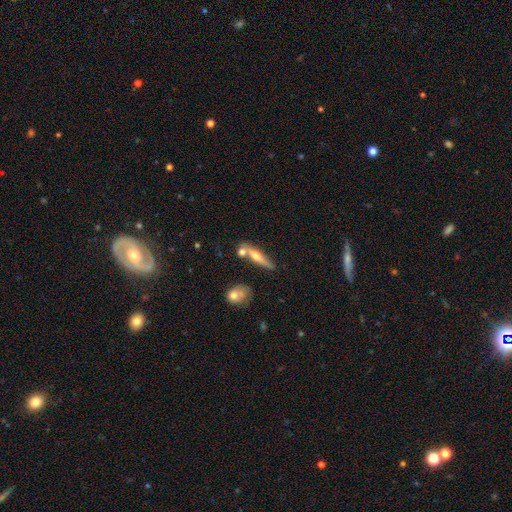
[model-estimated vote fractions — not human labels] Q: Smooth or featured?
A: featured or disk (49%); runner-up: smooth (44%)
Q: Merging?
A: none (58%); runner-up: merger (22%)